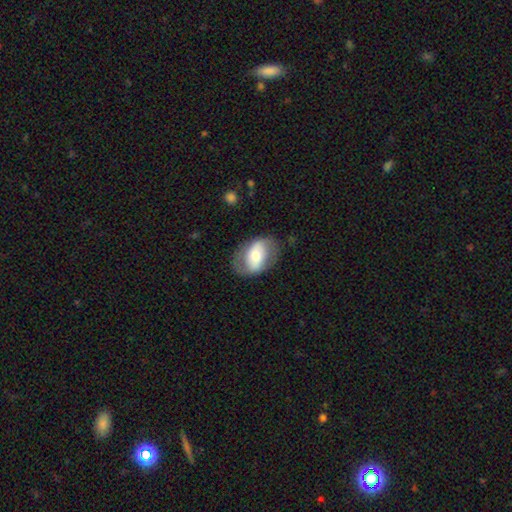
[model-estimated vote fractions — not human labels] Morphology: type=smooth (47%, tied with featured or disk); merging=none (72%).